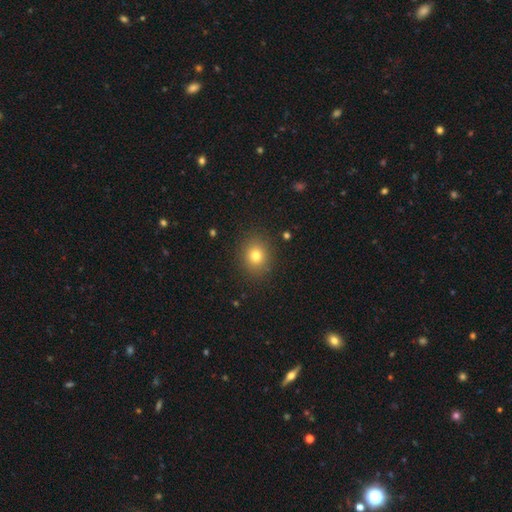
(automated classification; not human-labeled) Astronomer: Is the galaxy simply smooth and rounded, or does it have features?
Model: smooth — 78%.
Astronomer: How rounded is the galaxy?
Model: round — 69%.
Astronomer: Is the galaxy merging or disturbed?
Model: none — 88%.